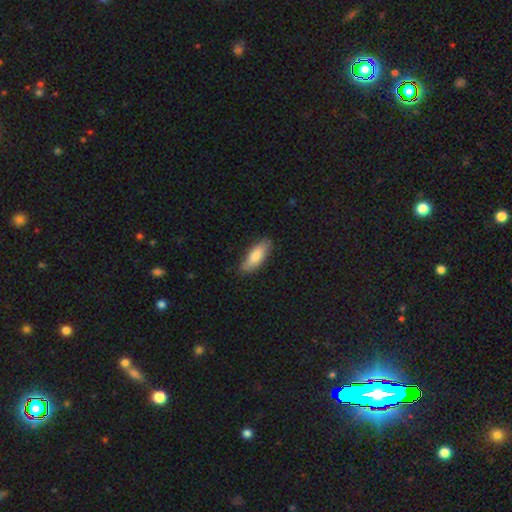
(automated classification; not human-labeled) Morphology: type=smooth (80%); roundness=in between (66%); merging=none (81%).